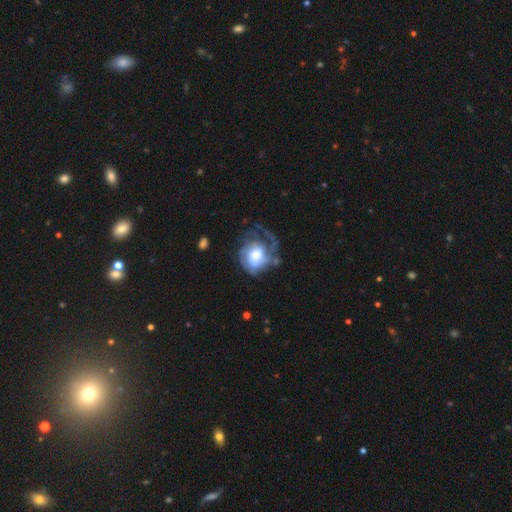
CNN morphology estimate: smooth-or-featured: featured or disk: 70% | smooth: 23% | star or artifact: 6%
  disk-edge-on: no: 97% | yes: 3%
    bar: no: 68% | weak: 26% | strong: 6%
    has-spiral-arms: yes: 83% | no: 17%
      spiral-winding: tight: 44% | medium: 35% | loose: 21%
      spiral-arm-count: can't tell: 35% | 2: 25% | 1: 21% | 3: 10% | 4: 4% | more than 4: 4%
    bulge-size: moderate: 42% | large: 41% | small: 10% | dominant: 5% | none: 3%
  merging: major disturbance: 39% | none: 36% | minor disturbance: 22% | merger: 3%